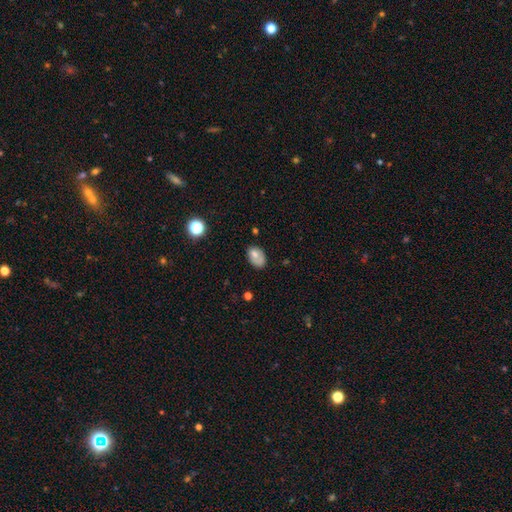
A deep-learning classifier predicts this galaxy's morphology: Smooth or featured?
  - smooth: 68% *
  - featured or disk: 22%
  - star or artifact: 10%
How rounded?
  - in between: 82% *
  - round: 17%
  - cigar-shaped: 1%
Merging?
  - none: 57% *
  - minor disturbance: 27%
  - major disturbance: 11%
  - merger: 6%